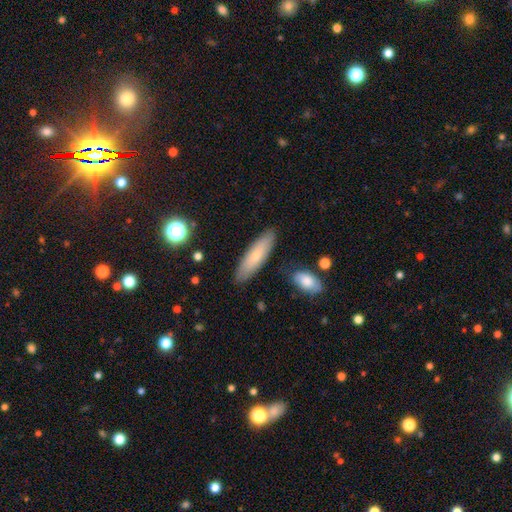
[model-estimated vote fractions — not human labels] Overall: smooth (72%). How rounded: cigar-shaped (62%; in between 36%). Merging: none (86%).